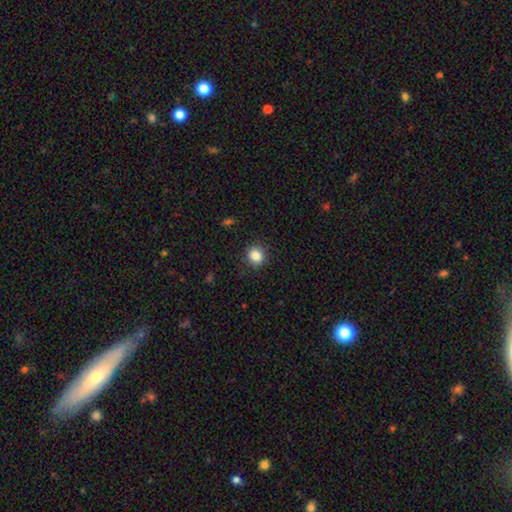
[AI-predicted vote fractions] A smooth galaxy with no disk features (85%) that is round (87%). Merging: none (88%).